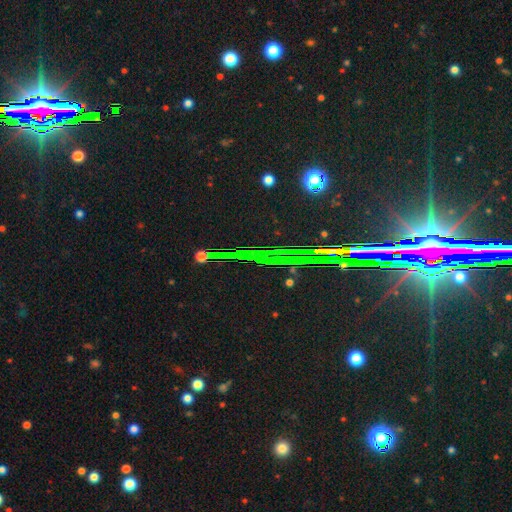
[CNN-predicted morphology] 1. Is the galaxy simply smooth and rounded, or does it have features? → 83% star or artifact, 9% featured or disk, 8% smooth.